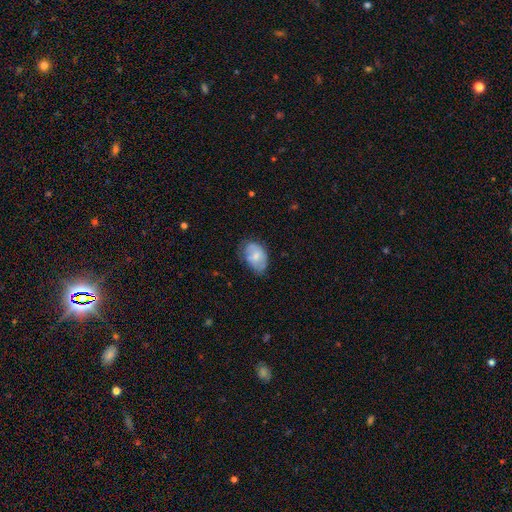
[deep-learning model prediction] Overall: smooth (65%; featured or disk 28%). How rounded: in between (87%). Merging: none (54%; minor disturbance 33%).